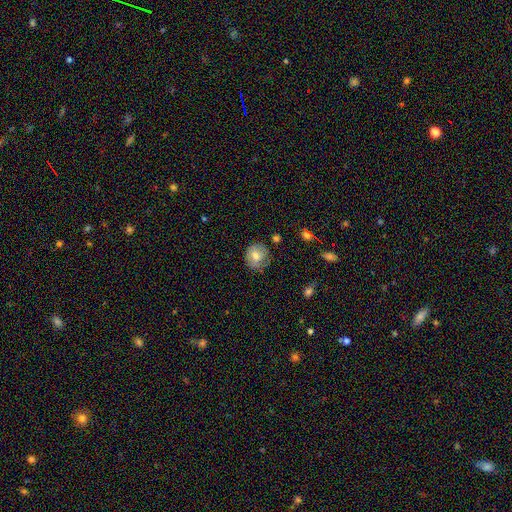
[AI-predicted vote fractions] Morphology: type=smooth (65%); roundness=round (80%); merging=none (68%).